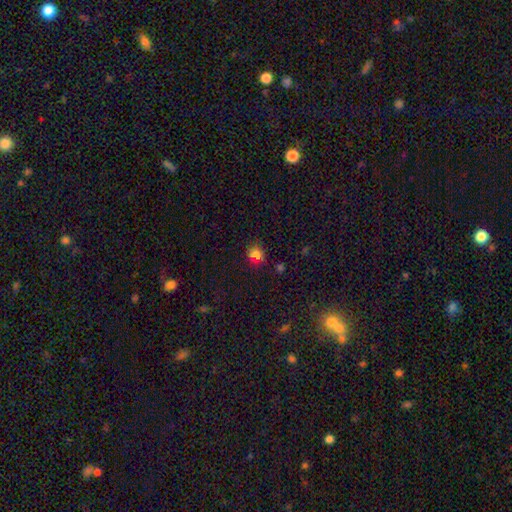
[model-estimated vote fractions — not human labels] This is likely a smooth galaxy (70%). How rounded: likely round (75%). Merging: clearly none (80%).